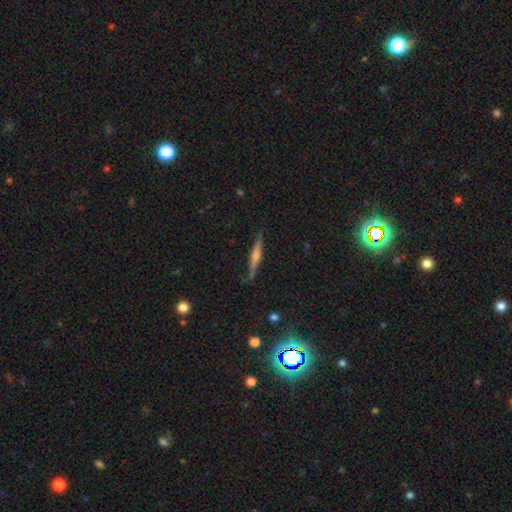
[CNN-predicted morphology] Smooth or featured: featured or disk — 63% (smooth — 26%)
Edge-on disk: yes — 97% (no — 3%)
Edge-on bulge: rounded — 67% (boxy — 16%)
Merging: none — 85% (minor disturbance — 11%)